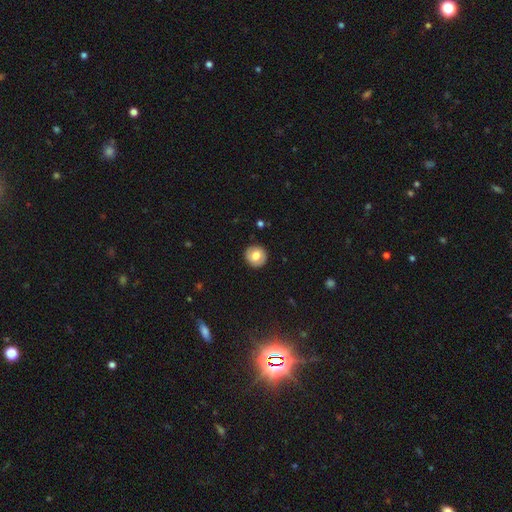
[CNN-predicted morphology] Smooth or featured: smooth — 73% (featured or disk — 20%)
How rounded: round — 93% (in between — 6%)
Merging: none — 91% (minor disturbance — 7%)